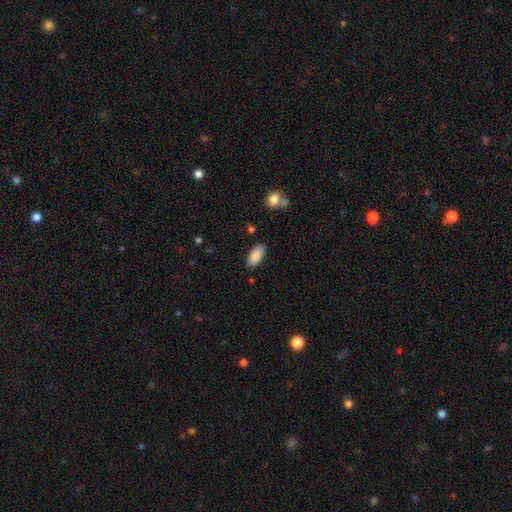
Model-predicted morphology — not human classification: Smooth or featured? smooth (88%)
How rounded? in between (93%)
Merging? none (84%)